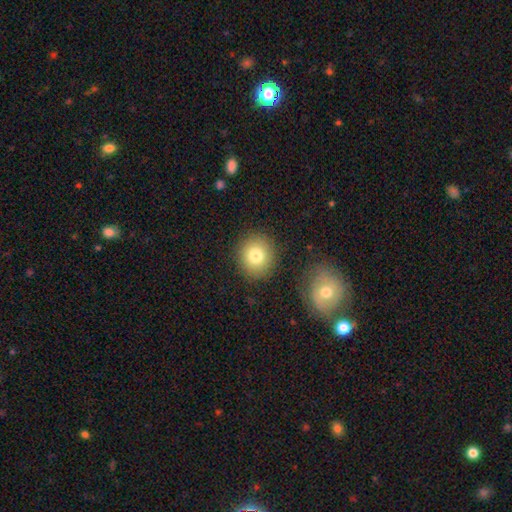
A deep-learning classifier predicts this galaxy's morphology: Smooth or featured?
  - smooth: 79% *
  - star or artifact: 11%
  - featured or disk: 10%
How rounded?
  - round: 86% *
  - in between: 13%
  - cigar-shaped: 1%
Merging?
  - none: 88% *
  - minor disturbance: 7%
  - major disturbance: 3%
  - merger: 2%